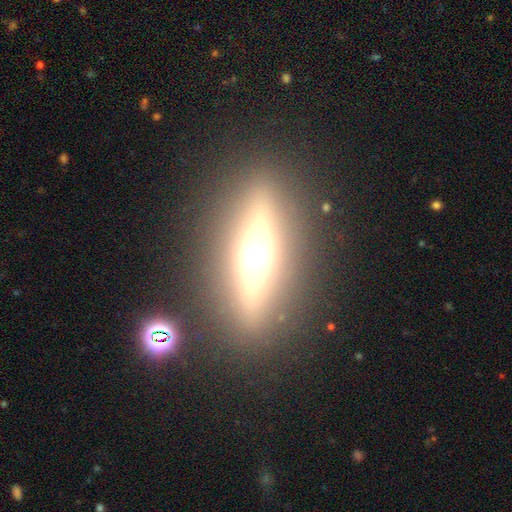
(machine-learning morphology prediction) This appears to be a featured or disk galaxy (65%) viewed edge-on (88%) with a rounded central bulge (93%). Merging: none (86%).